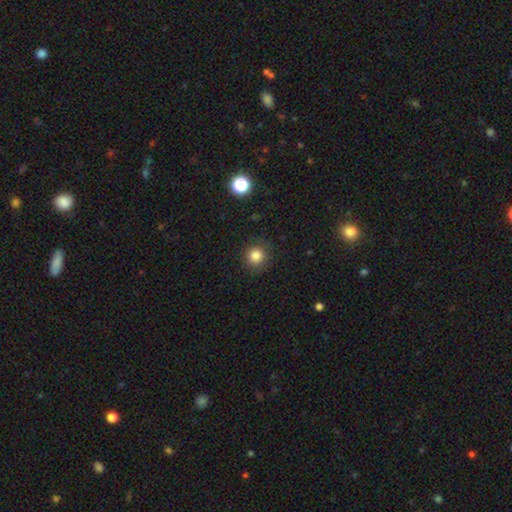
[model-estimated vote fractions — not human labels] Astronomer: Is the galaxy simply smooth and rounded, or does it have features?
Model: smooth — 84%.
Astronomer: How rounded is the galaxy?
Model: round — 90%.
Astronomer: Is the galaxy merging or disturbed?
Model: none — 86%.